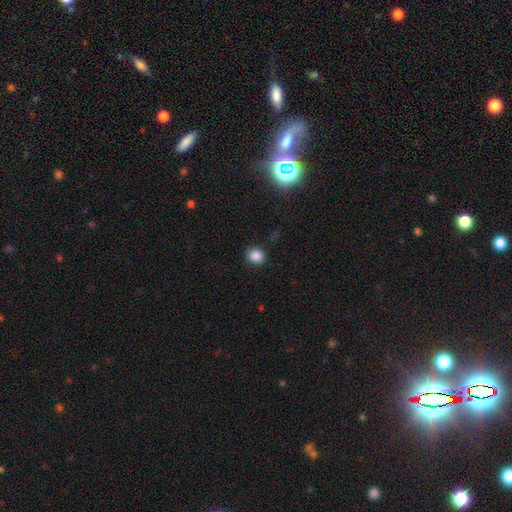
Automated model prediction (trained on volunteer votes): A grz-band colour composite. It shows a smooth galaxy with no disk features (85%) that is round (83%). Merging: none (88%).